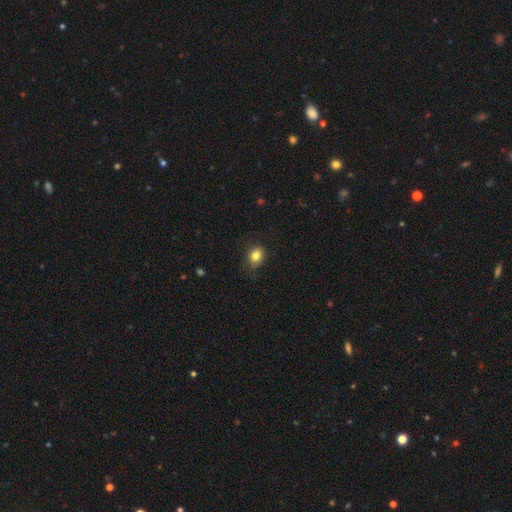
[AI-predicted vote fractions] Q: Smooth or featured?
A: smooth (83%); runner-up: star or artifact (10%)
Q: How rounded?
A: in between (50%); runner-up: round (49%)
Q: Merging?
A: none (80%); runner-up: minor disturbance (15%)